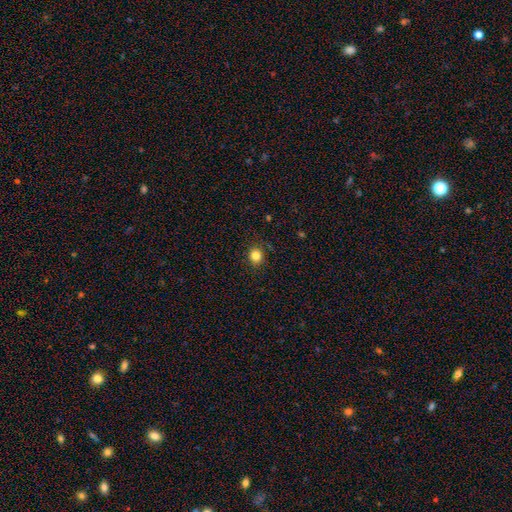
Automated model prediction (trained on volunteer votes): smooth_or_featured: smooth (p=0.83) [alt: star or artifact p=0.12]
how_rounded: round (p=0.82) [alt: in between p=0.17]
merging: none (p=0.90) [alt: minor disturbance p=0.07]